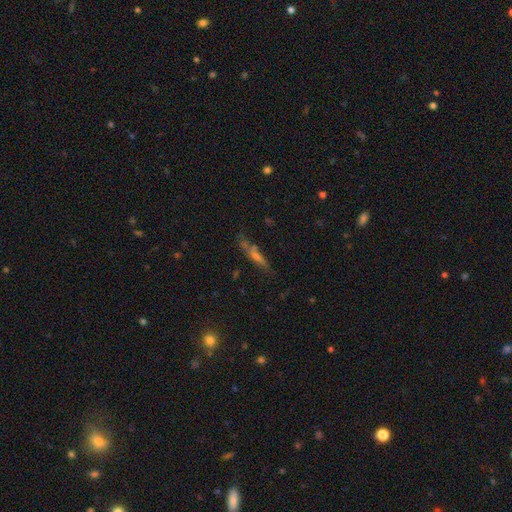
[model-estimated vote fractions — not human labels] smooth_or_featured: featured or disk (p=0.45) [alt: smooth p=0.38]
merging: none (p=0.64) [alt: minor disturbance p=0.19]